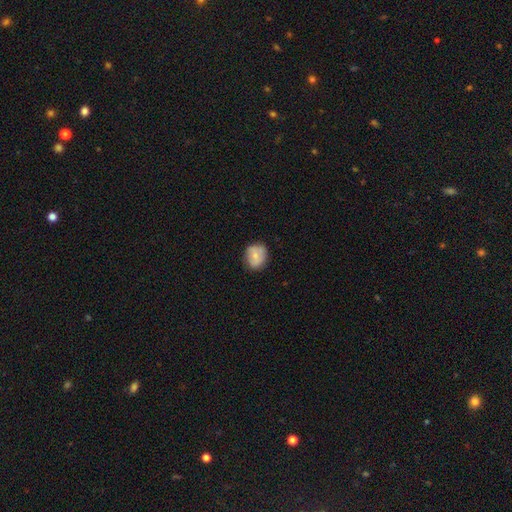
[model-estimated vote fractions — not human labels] Smooth or featured? smooth (70%)
How rounded? round (69%)
Merging? none (76%)